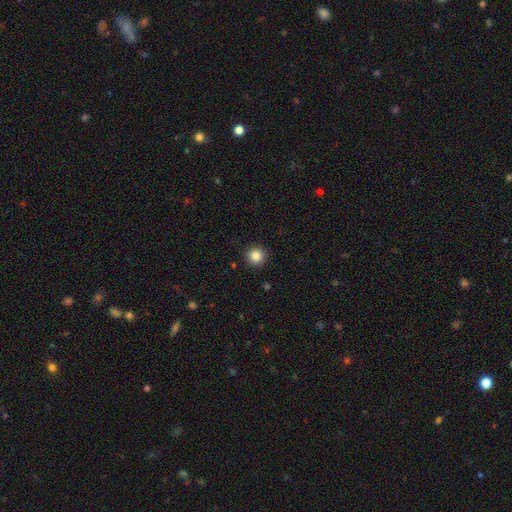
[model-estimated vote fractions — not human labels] Overall: smooth (86%). How rounded: round (95%). Merging: none (92%).